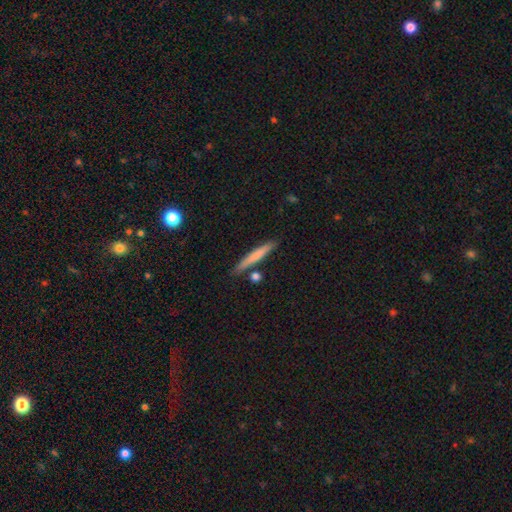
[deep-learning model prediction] smooth-or-featured: smooth: 68% | featured or disk: 26% | star or artifact: 6%
  how-rounded: cigar-shaped: 95% | in between: 3% | round: 2%
  merging: none: 83% | minor disturbance: 10% | merger: 5% | major disturbance: 2%